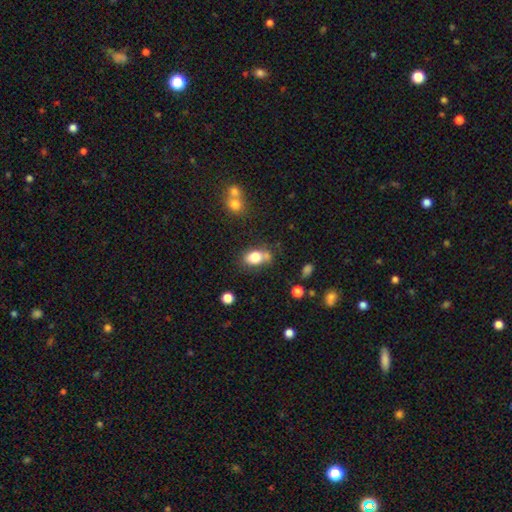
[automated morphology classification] This appears to be a smooth galaxy with no disk features (80%) that is in between round and cigar-shaped (80%). Merging: none (53%).